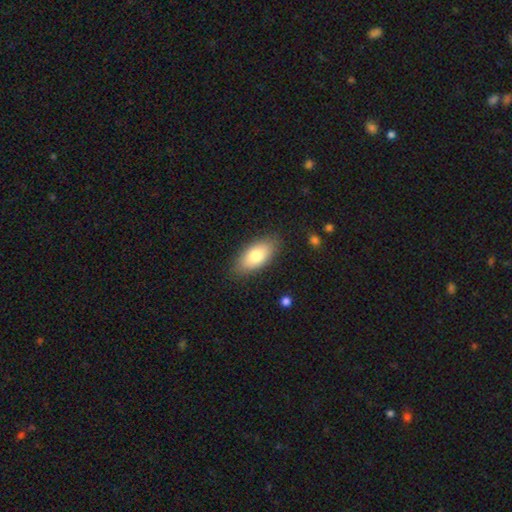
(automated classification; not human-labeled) A smooth galaxy with no disk features (76%) that is in between round and cigar-shaped (89%).

Vote fractions:
- Smooth or featured? smooth: 76% / featured or disk: 17% / star or artifact: 6%
- How rounded? in between: 89% / cigar-shaped: 8% / round: 3%
- Merging? none: 84% / minor disturbance: 12% / major disturbance: 3% / merger: 1%